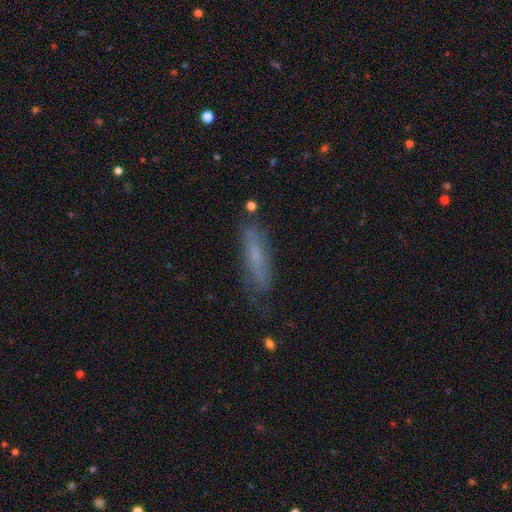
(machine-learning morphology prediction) Q: Smooth or featured?
A: smooth (57%); runner-up: featured or disk (33%)
Q: How rounded?
A: cigar-shaped (74%); runner-up: in between (24%)
Q: Merging?
A: none (73%); runner-up: minor disturbance (19%)